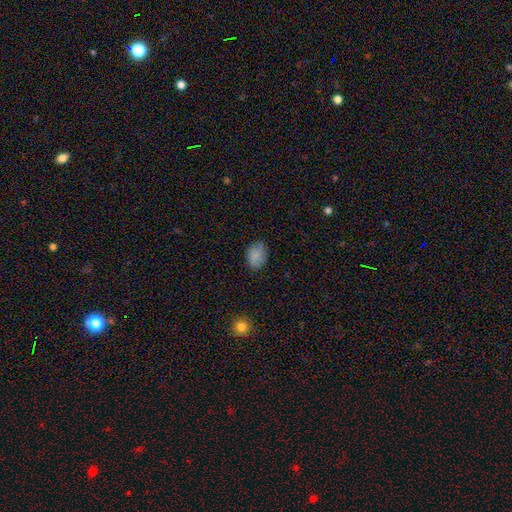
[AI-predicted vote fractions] Overall: smooth (86%). How rounded: in between (74%). Merging: none (82%).